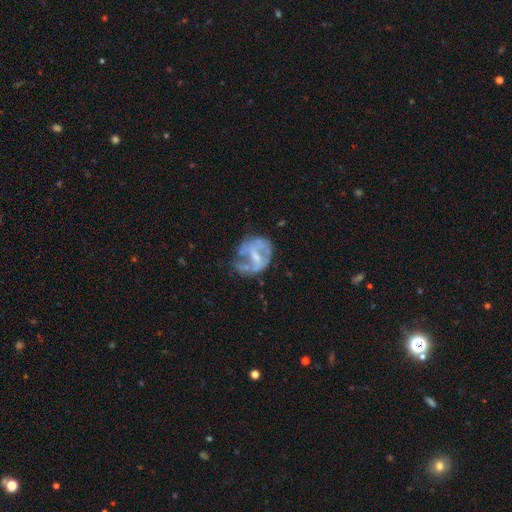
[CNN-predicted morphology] Smooth or featured? Predicted: featured or disk (p=0.68). Edge-on disk? Predicted: no (p=0.98). Bar? Predicted: weak (p=0.44). Spiral arms? Predicted: yes (p=0.50, tied with no). Bulge size? Predicted: small (p=0.35). Merging? Predicted: none (p=0.42).